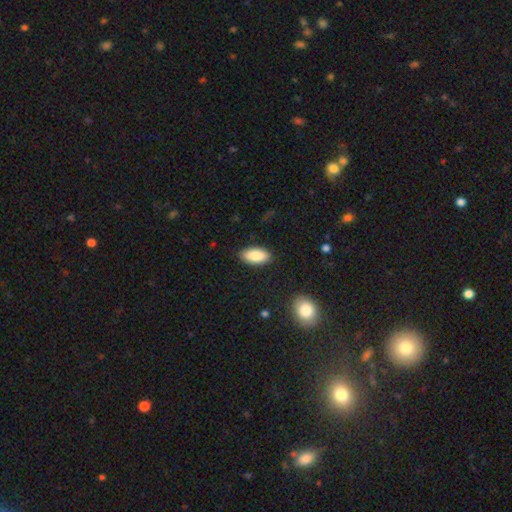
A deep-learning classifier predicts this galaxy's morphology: A smooth galaxy with no disk features (87%) that is in between round and cigar-shaped (92%). Merging: none (88%).